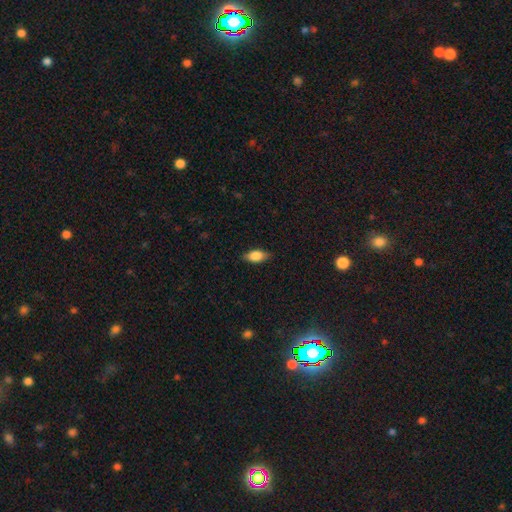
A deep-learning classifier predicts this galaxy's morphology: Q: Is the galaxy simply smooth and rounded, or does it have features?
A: smooth — 80%.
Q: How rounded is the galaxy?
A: in between — 86%.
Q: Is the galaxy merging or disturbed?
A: none — 85%.